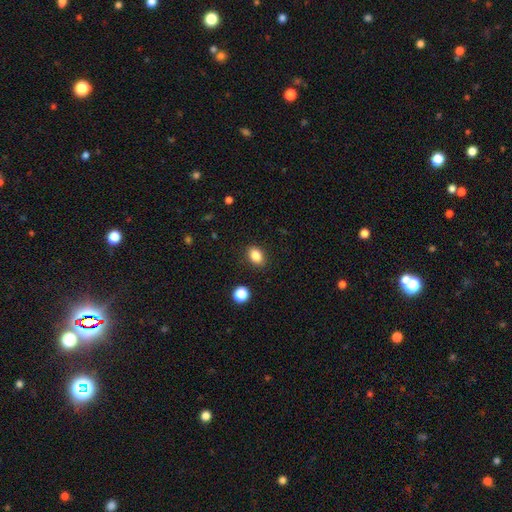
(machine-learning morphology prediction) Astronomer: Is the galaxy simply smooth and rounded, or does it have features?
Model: smooth — 85%.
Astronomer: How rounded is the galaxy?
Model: in between — 77%.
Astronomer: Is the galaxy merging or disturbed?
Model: none — 88%.